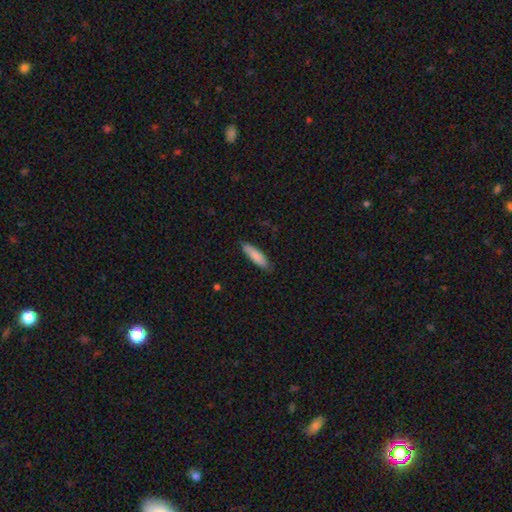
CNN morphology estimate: This is clearly a smooth galaxy (85%). How rounded: likely cigar-shaped (67%). Merging: clearly none (83%).